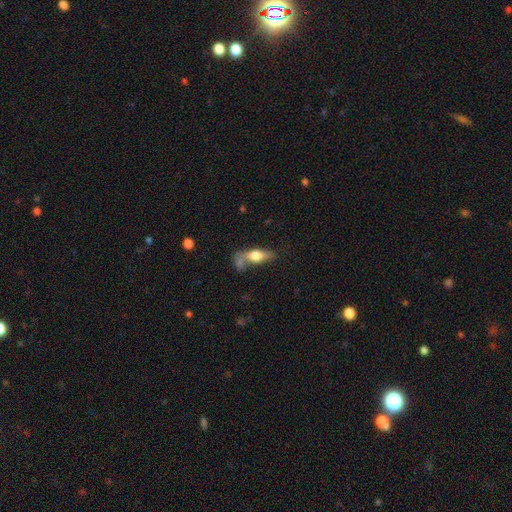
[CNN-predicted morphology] smooth-or-featured: smooth: 62% | featured or disk: 31% | star or artifact: 7%
  how-rounded: in between: 63% | cigar-shaped: 31% | round: 6%
  merging: none: 41% | merger: 29% | minor disturbance: 18% | major disturbance: 12%